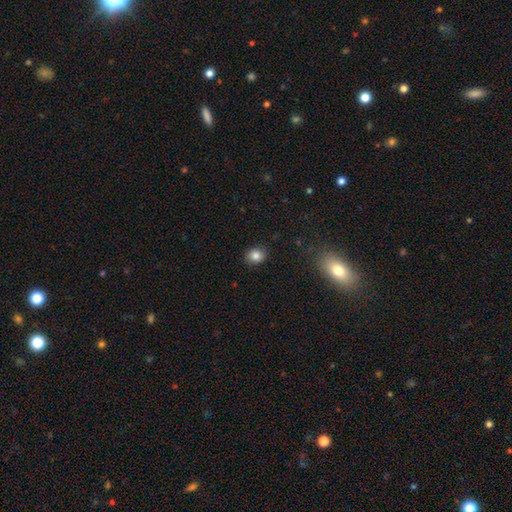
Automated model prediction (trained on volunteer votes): The model was most divided on "how rounded": round: 63%, in between: 36%, cigar-shaped: 1%. More confident: merging — none (87%); smooth or featured — smooth (84%).